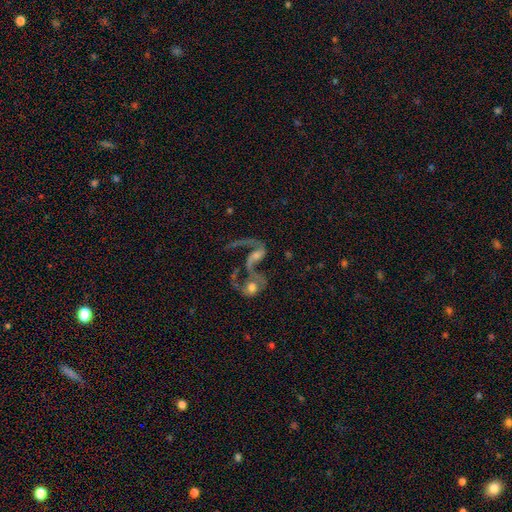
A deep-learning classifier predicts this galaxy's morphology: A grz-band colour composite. It shows a featured or disk galaxy (75%) with no bar (54%), 2 (60%) loose (68%) spiral arms (83%) and a moderate central bulge (40%). Merging: merger (56%).